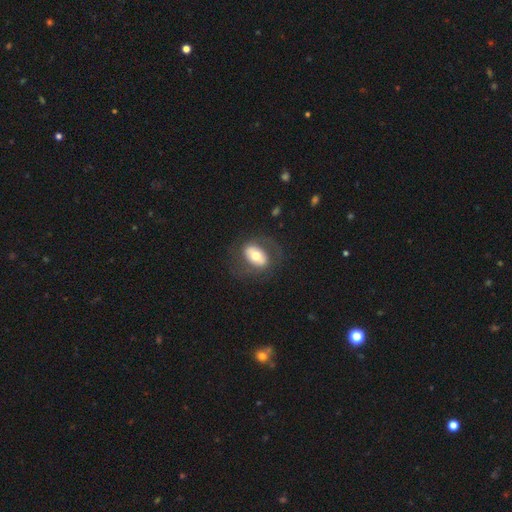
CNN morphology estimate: smooth 50%, featured or disk 44%, star or artifact 7%. Down the decision tree: merging — none (70%).